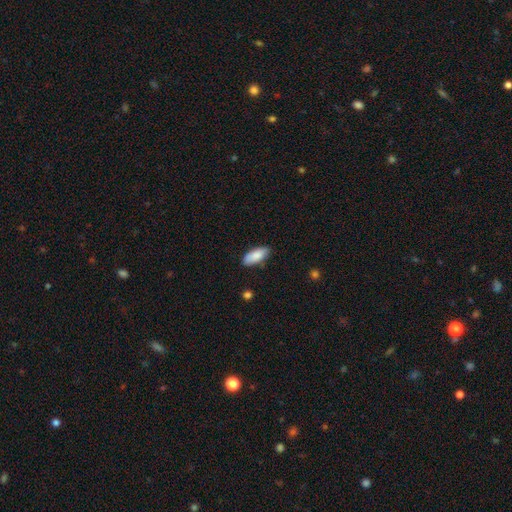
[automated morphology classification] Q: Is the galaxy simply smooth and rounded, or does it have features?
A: smooth — 87%.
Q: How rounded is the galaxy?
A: in between — 83%.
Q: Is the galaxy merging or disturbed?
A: none — 80%.